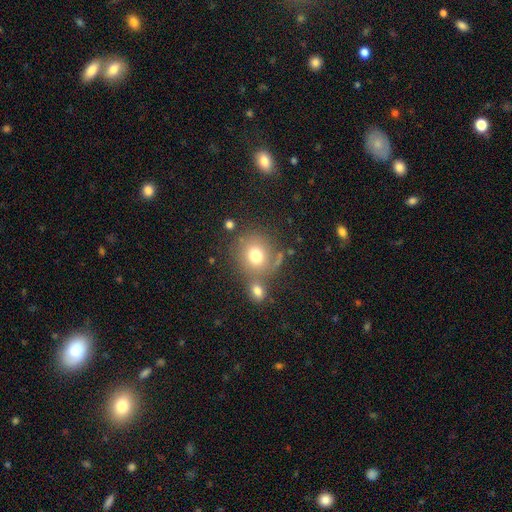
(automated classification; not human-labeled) A smooth galaxy with no disk features (73%) that is round (83%). Merging: none (57%).